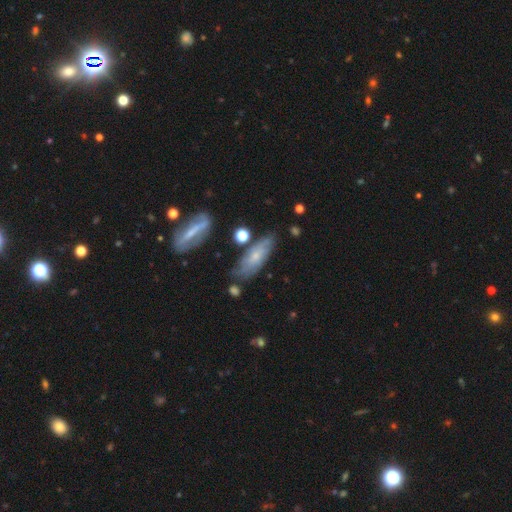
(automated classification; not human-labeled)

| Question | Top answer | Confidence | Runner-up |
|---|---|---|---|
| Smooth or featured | smooth | 48% | featured or disk (44%) |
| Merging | none | 64% | minor disturbance (23%) |